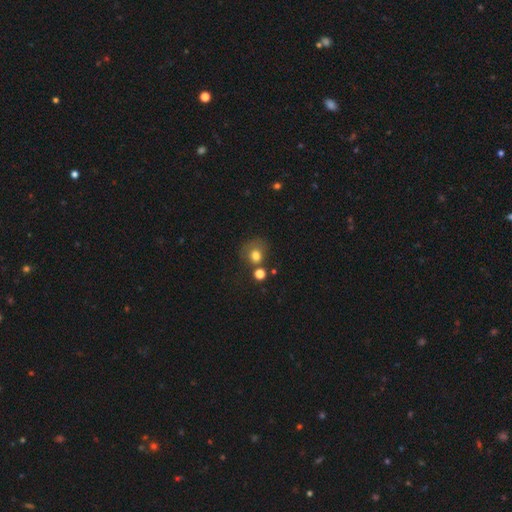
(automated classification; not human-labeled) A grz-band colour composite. It shows a smooth galaxy with no disk features (74%) that is round (76%). Merging: none (47%).